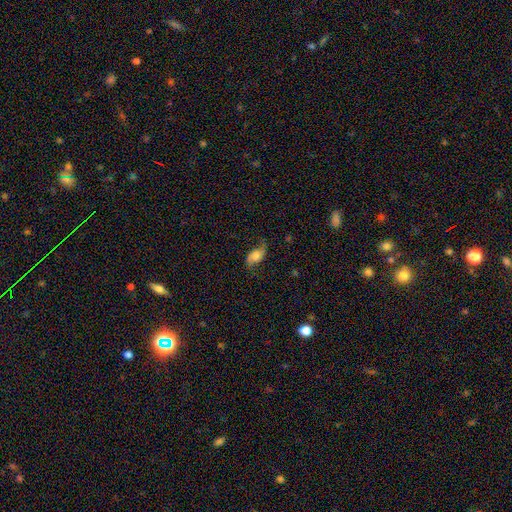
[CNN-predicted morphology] A featured or disk galaxy (55%) with no bar (66%), spiral arms (91%) and a large central bulge (32%).

Vote fractions:
- Smooth or featured? featured or disk: 55% / smooth: 36% / star or artifact: 10%
- Edge-on disk? no: 94% / yes: 6%
- Bar? no: 66% / weak: 26% / strong: 7%
- Spiral arms? yes: 91% / no: 9%
- Bulge size? large: 32% / moderate: 30% / small: 17% / none: 13% / dominant: 8%
- Merging? none: 66% / minor disturbance: 21% / major disturbance: 11% / merger: 2%